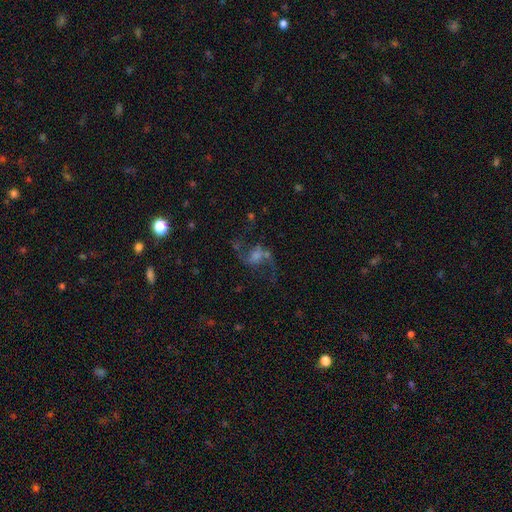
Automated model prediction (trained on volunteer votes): Overall: featured or disk (76%). Edge-on disk: no (97%). Bar: no (44%; weak 42%). Spiral arms: yes (92%). Spiral arm count: 2 (91%). Spiral winding: loose (76%). Bulge size: moderate (35%; small 33%). Merging: none (61%).